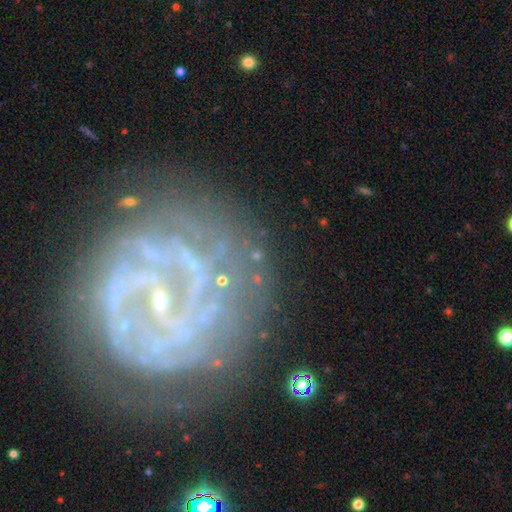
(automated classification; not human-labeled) featured or disk 52%, star or artifact 28%, smooth 20%. Down the decision tree: edge-on disk — no (92%); merging — none (68%).